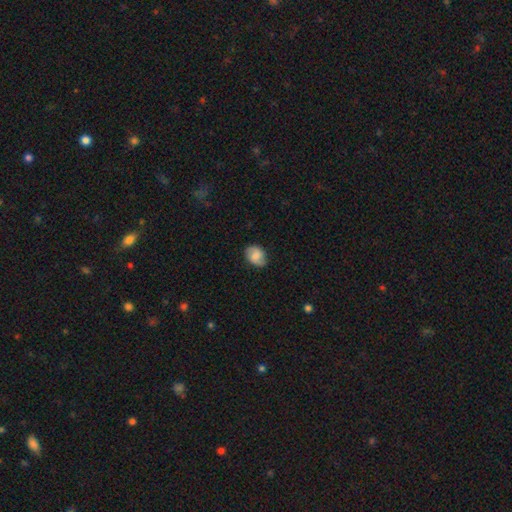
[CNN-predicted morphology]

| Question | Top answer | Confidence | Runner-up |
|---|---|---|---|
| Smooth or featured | smooth | 66% | featured or disk (26%) |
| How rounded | in between | 62% | round (37%) |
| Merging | none | 78% | minor disturbance (17%) |